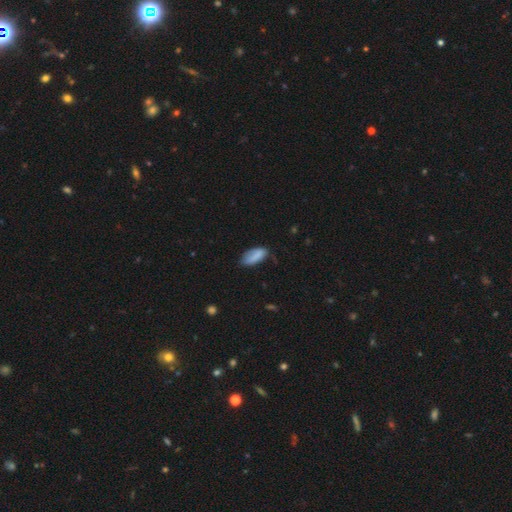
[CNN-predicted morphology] This appears to be a smooth galaxy with no disk features (82%) that is in between round and cigar-shaped (87%). Merging: none (61%).